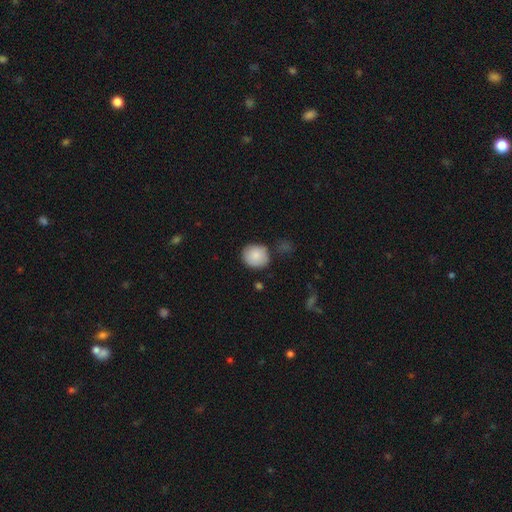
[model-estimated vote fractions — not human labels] Smooth or featured? smooth (86%)
How rounded? round (73%)
Merging? none (76%)